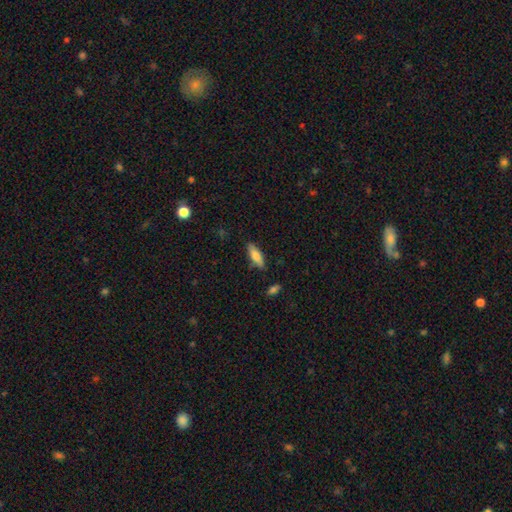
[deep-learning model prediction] Smooth or featured: smooth — 75% (featured or disk — 18%)
How rounded: in between — 53% (cigar-shaped — 45%)
Merging: none — 81% (minor disturbance — 14%)